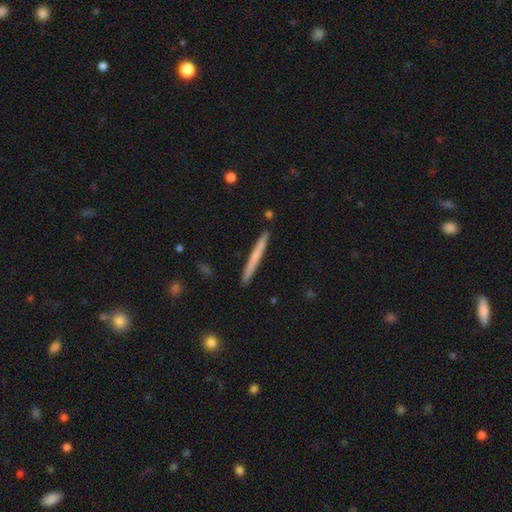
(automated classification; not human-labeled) smooth-or-featured: smooth: 62% | featured or disk: 33% | star or artifact: 5%
  how-rounded: cigar-shaped: 97% | in between: 2% | round: 1%
  merging: none: 91% | minor disturbance: 6% | merger: 1% | major disturbance: 1%